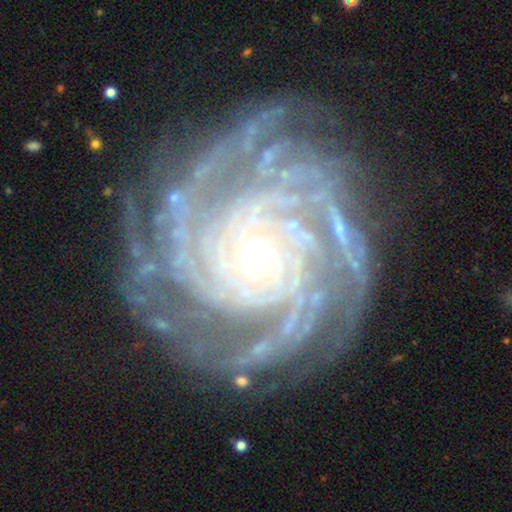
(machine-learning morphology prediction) type=featured or disk (92%); edge-on=no (98%); bar=no (73%); spiral arms=yes (99%); winding=tight (83%); arm count=more than 4 (31%); bulge=small (60%); merging=none (80%).